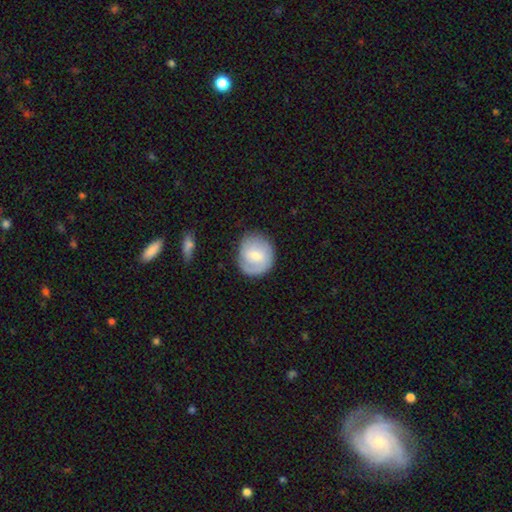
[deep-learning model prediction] This appears to be a smooth galaxy with no disk features (48%). Merging: none (75%).